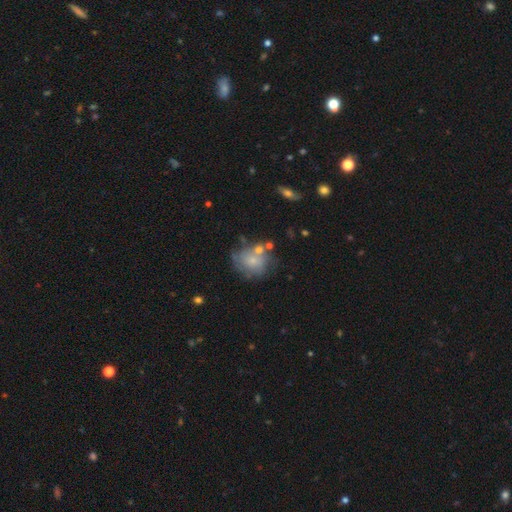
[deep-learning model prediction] Smooth or featured? smooth (55%)
How rounded? round (68%)
Merging? none (51%)